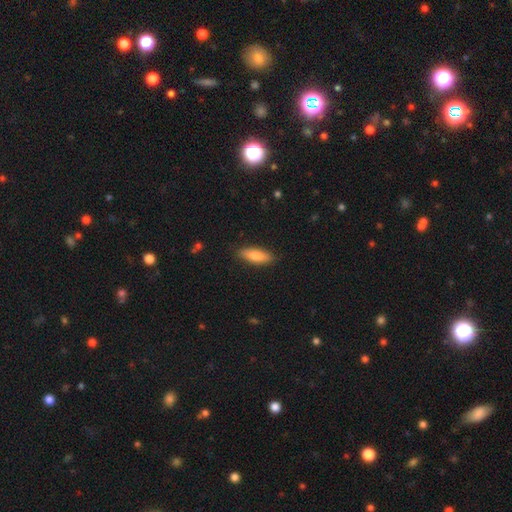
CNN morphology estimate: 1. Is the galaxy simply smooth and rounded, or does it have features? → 84% smooth, 10% featured or disk, 6% star or artifact.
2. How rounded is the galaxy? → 58% in between, 40% cigar-shaped, 2% round.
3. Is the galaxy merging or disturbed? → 86% none, 11% minor disturbance, 2% major disturbance, 1% merger.